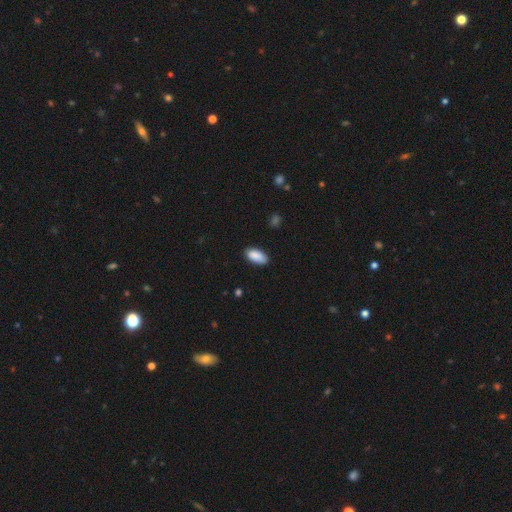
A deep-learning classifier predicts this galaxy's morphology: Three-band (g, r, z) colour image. It shows a smooth galaxy with no disk features (89%) that is in between round and cigar-shaped (93%). Merging: none (83%).